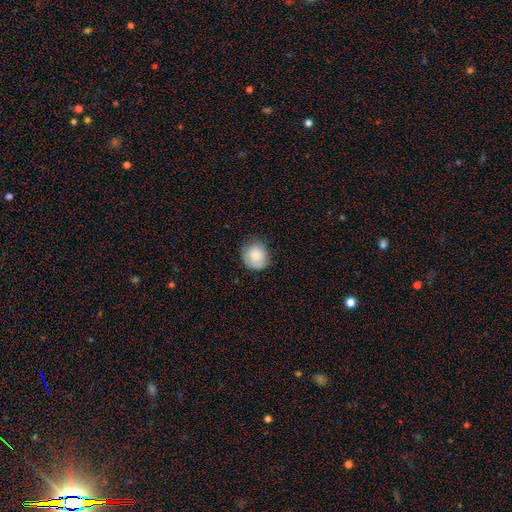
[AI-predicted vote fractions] smooth-or-featured: smooth: 83% | featured or disk: 10% | star or artifact: 7%
  how-rounded: round: 85% | in between: 14% | cigar-shaped: 1%
  merging: none: 74% | minor disturbance: 20% | major disturbance: 4% | merger: 1%